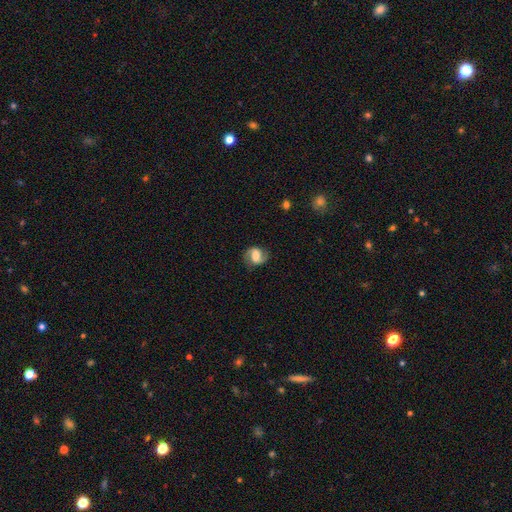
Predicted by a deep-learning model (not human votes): Overall: featured or disk (72%). Edge-on disk: no (97%). Bar: weak (46%; no 27%). Spiral arms: yes (93%). Spiral arm count: 2 (91%). Spiral winding: medium (48%; loose 35%). Bulge size: moderate (44%; large 28%). Merging: none (80%).